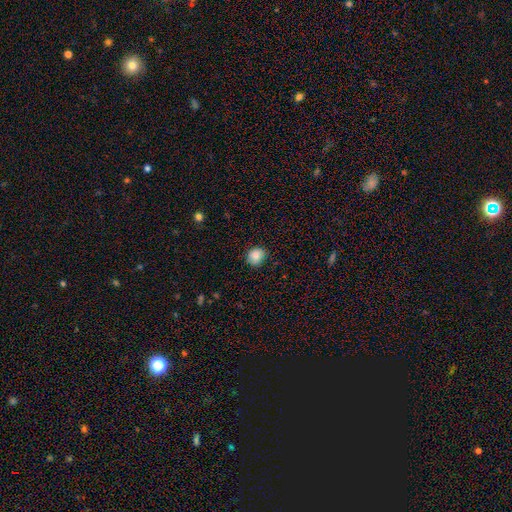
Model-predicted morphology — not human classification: Smooth or featured: smooth — 85% (star or artifact — 9%)
How rounded: round — 76% (in between — 23%)
Merging: none — 82% (minor disturbance — 14%)